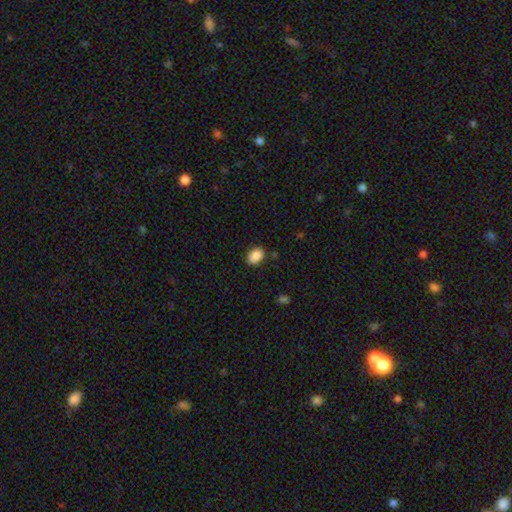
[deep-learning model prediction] Smooth or featured? Predicted: smooth (p=0.88). How rounded? Predicted: in between (p=0.80). Merging? Predicted: none (p=0.83).